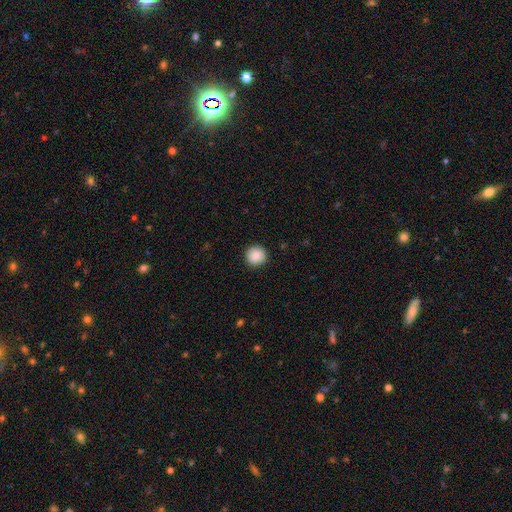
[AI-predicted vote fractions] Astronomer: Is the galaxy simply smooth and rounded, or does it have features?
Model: smooth — 87%.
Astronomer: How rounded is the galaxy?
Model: round — 95%.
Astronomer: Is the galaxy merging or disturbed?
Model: none — 91%.